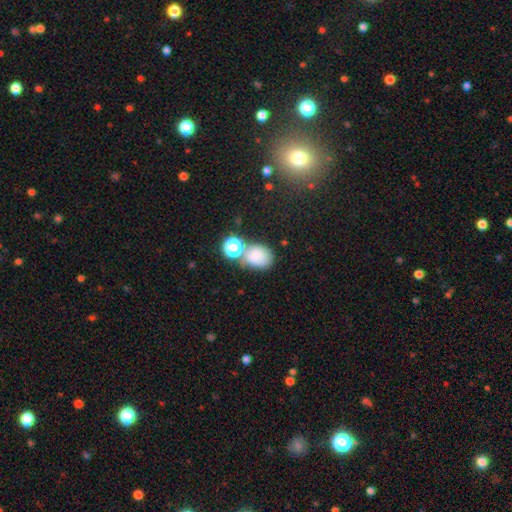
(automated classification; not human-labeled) Smooth or featured: smooth — 76% (star or artifact — 16%)
How rounded: in between — 52% (round — 47%)
Merging: none — 50% (merger — 27%)